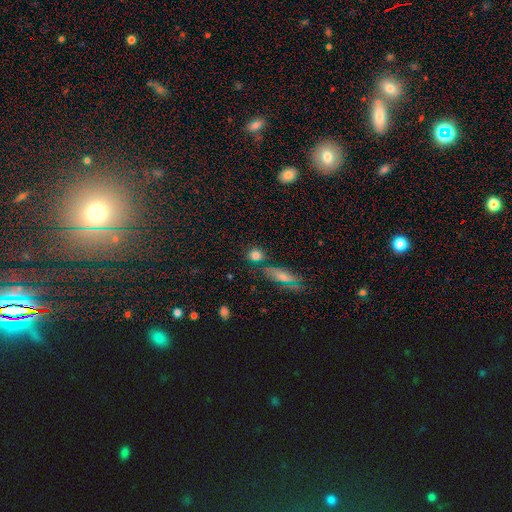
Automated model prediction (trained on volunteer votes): Q: Smooth or featured?
A: smooth (80%); runner-up: star or artifact (13%)
Q: How rounded?
A: round (79%); runner-up: in between (17%)
Q: Merging?
A: none (75%); runner-up: minor disturbance (12%)